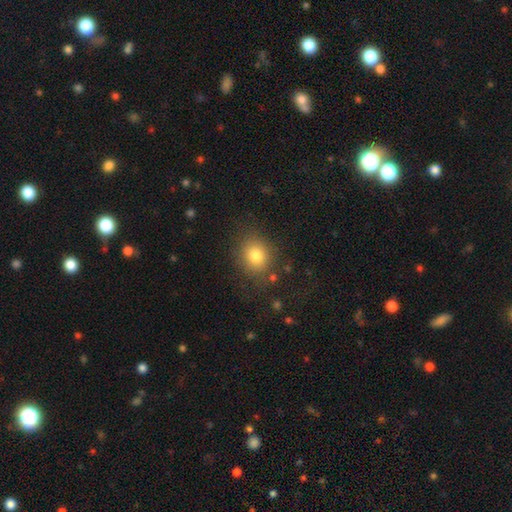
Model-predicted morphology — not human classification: Smooth or featured? Predicted: smooth (p=0.79). How rounded? Predicted: round (p=0.69). Merging? Predicted: none (p=0.81).